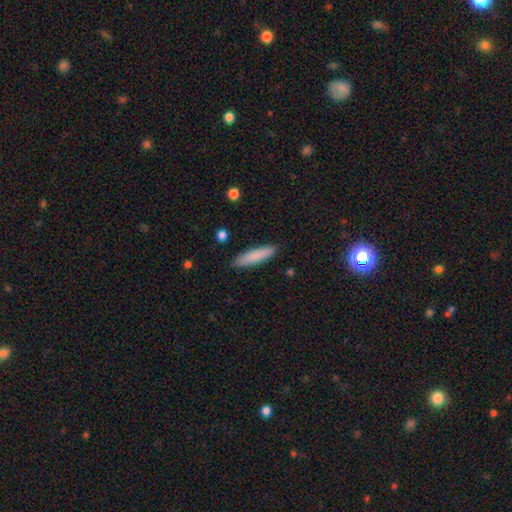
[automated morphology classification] The model was most divided on "how rounded": cigar-shaped: 82%, in between: 17%, round: 1%. More confident: merging — none (90%); smooth or featured — smooth (83%).